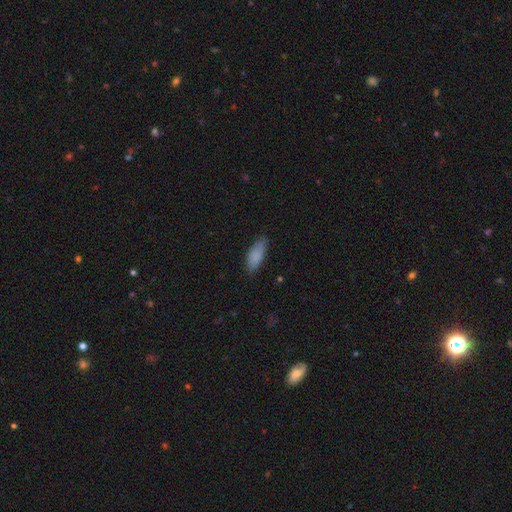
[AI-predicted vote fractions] smooth-or-featured: smooth: 86% | featured or disk: 7% | star or artifact: 7%
  how-rounded: in between: 78% | cigar-shaped: 21% | round: 2%
  merging: none: 76% | minor disturbance: 19% | major disturbance: 3% | merger: 1%